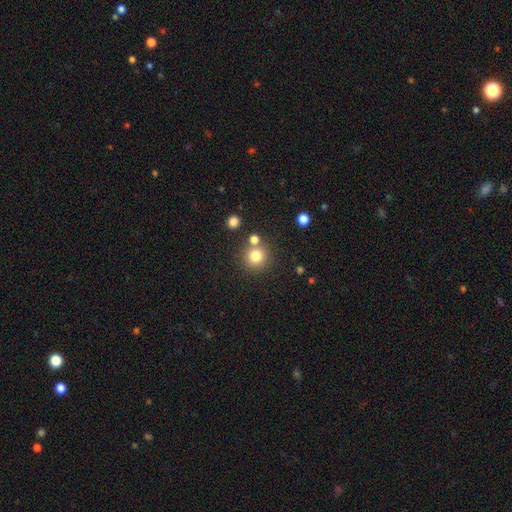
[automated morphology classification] smooth_or_featured: smooth (p=0.79) [alt: star or artifact p=0.13]
how_rounded: round (p=0.93) [alt: in between p=0.06]
merging: none (p=0.75) [alt: merger p=0.14]